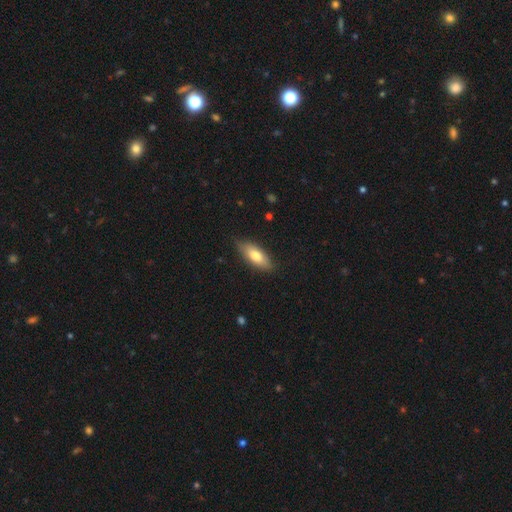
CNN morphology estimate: A smooth galaxy with no disk features (72%) that is in between round and cigar-shaped (74%).

Vote fractions:
- Smooth or featured? smooth: 72% / featured or disk: 22% / star or artifact: 6%
- How rounded? in between: 74% / cigar-shaped: 23% / round: 3%
- Merging? none: 79% / minor disturbance: 17% / major disturbance: 3% / merger: 1%